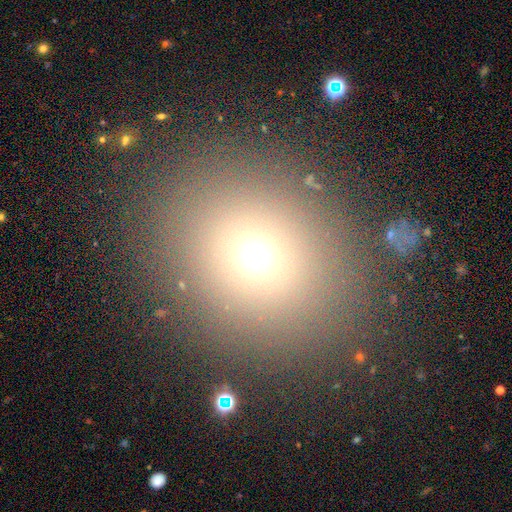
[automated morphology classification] Q: Smooth or featured?
A: smooth (69%); runner-up: star or artifact (22%)
Q: How rounded?
A: round (80%); runner-up: in between (19%)
Q: Merging?
A: none (85%); runner-up: minor disturbance (7%)